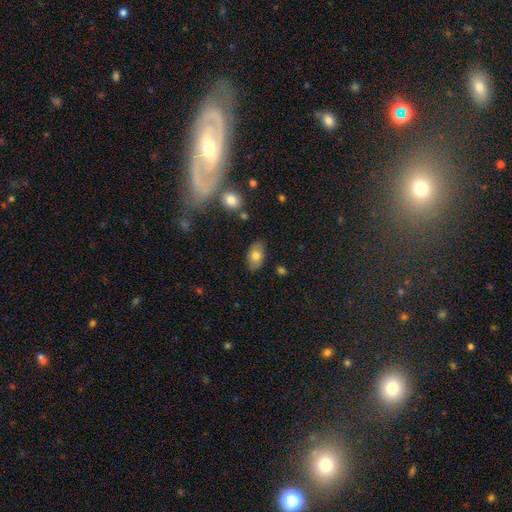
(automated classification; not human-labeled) smooth 75%, featured or disk 17%, star or artifact 8%. Down the decision tree: how rounded — in between (91%); merging — none (82%).